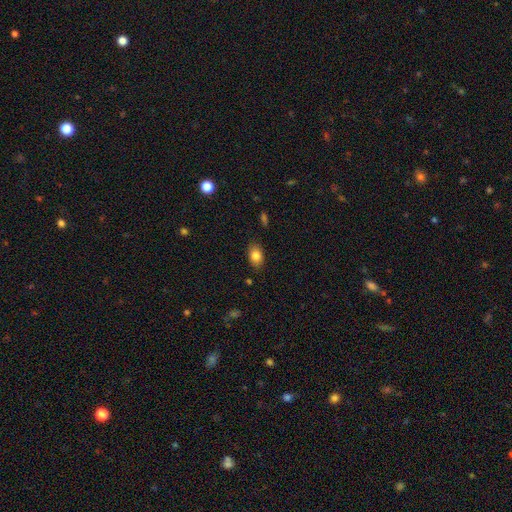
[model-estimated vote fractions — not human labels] This is clearly a smooth galaxy (83%). How rounded: clearly in between (84%). Merging: clearly none (84%).